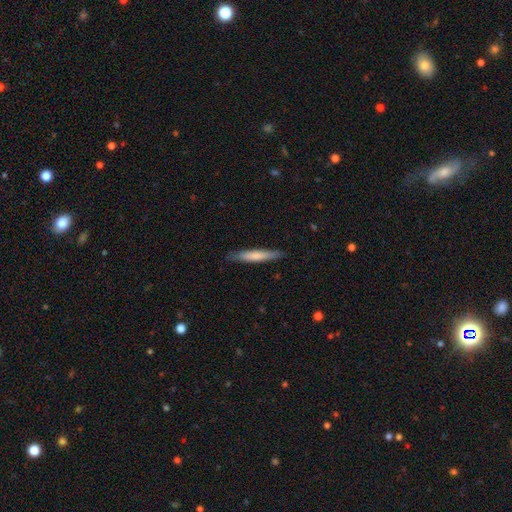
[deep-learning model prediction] Smooth or featured? Predicted: smooth (p=0.69). How rounded? Predicted: cigar-shaped (p=0.93). Merging? Predicted: none (p=0.86).